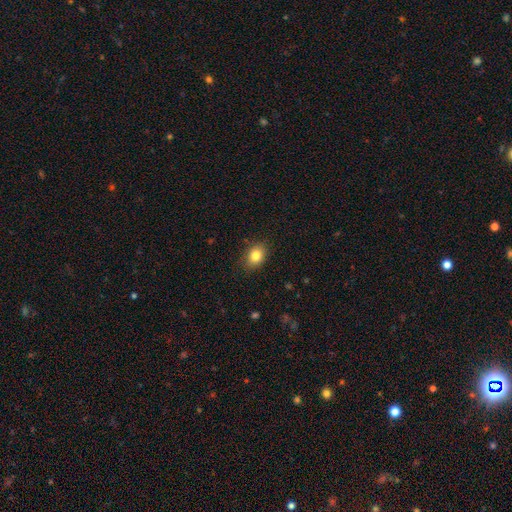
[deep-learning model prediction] This appears to be a smooth galaxy with no disk features (83%) that is in between round and cigar-shaped (65%). Merging: none (86%).